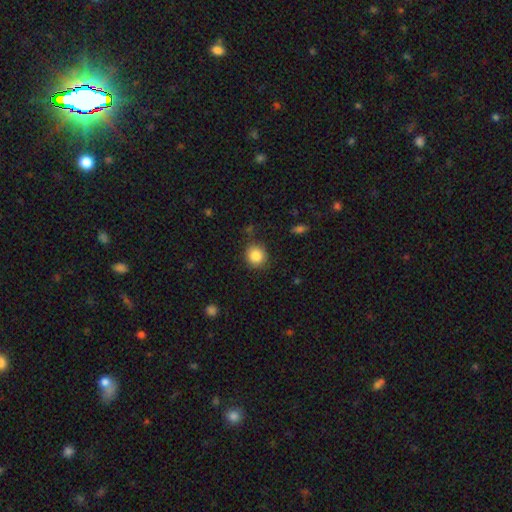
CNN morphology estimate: Smooth or featured? Predicted: smooth (p=0.86). How rounded? Predicted: round (p=0.91). Merging? Predicted: none (p=0.85).